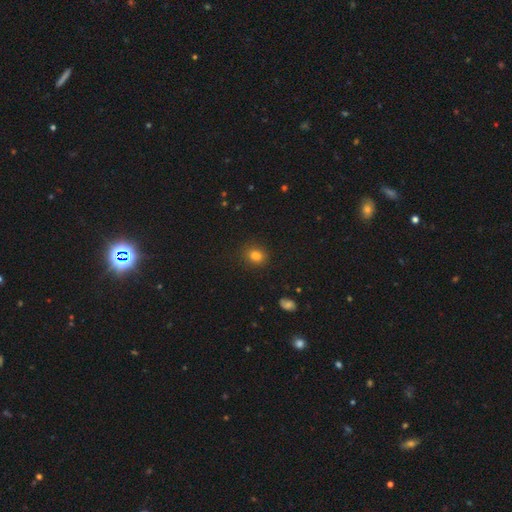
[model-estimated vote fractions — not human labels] smooth_or_featured: smooth (p=0.82) [alt: star or artifact p=0.12]
how_rounded: round (p=0.64) [alt: in between p=0.35]
merging: none (p=0.88) [alt: minor disturbance p=0.09]